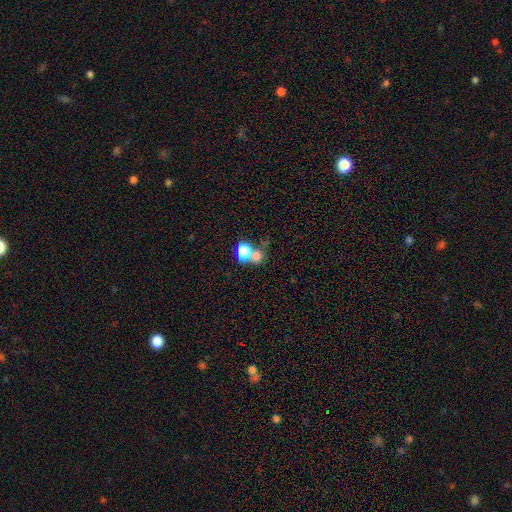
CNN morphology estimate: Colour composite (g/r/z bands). It shows a smooth galaxy with no disk features (74%) that is round (66%). Merging: merger (50%).